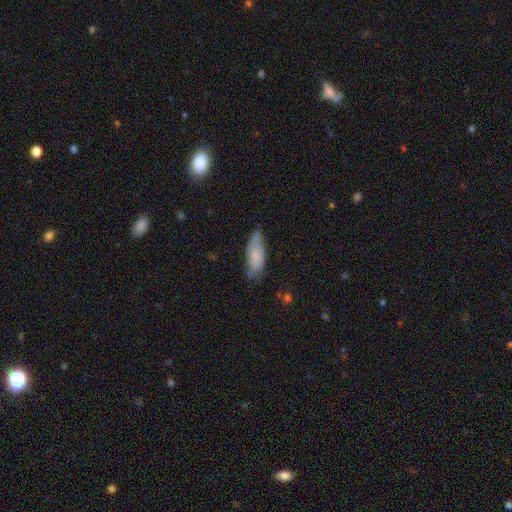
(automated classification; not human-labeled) Smooth or featured? smooth (69%)
How rounded? in between (68%)
Merging? none (62%)